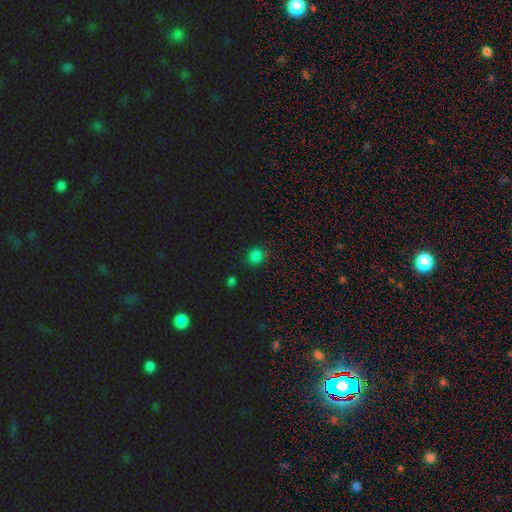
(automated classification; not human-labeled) smooth-or-featured: smooth: 73% | star or artifact: 23% | featured or disk: 4%
  how-rounded: round: 79% | in between: 20% | cigar-shaped: 1%
  merging: none: 80% | minor disturbance: 13% | major disturbance: 4% | merger: 3%